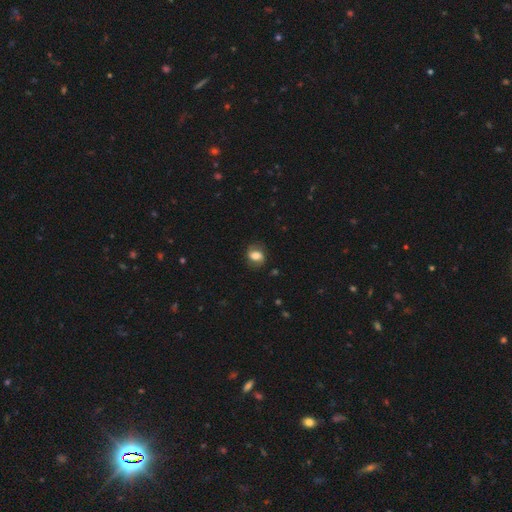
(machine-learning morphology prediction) smooth_or_featured: smooth (p=0.62) [alt: featured or disk p=0.29]
how_rounded: in between (p=0.61) [alt: round p=0.38]
merging: none (p=0.76) [alt: minor disturbance p=0.16]